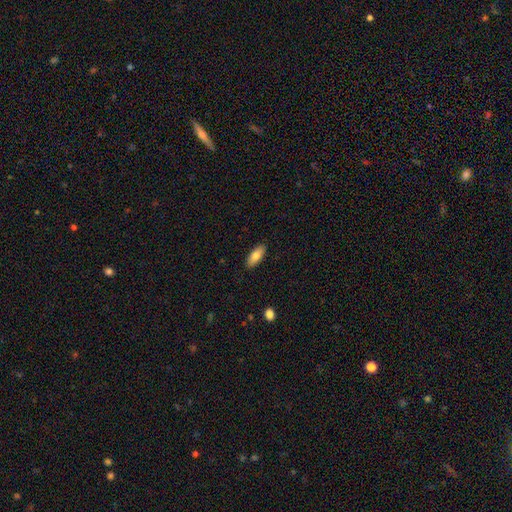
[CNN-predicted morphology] smooth-or-featured: smooth: 78% | featured or disk: 15% | star or artifact: 6%
  how-rounded: in between: 79% | cigar-shaped: 19% | round: 2%
  merging: none: 89% | minor disturbance: 8% | major disturbance: 2% | merger: 1%